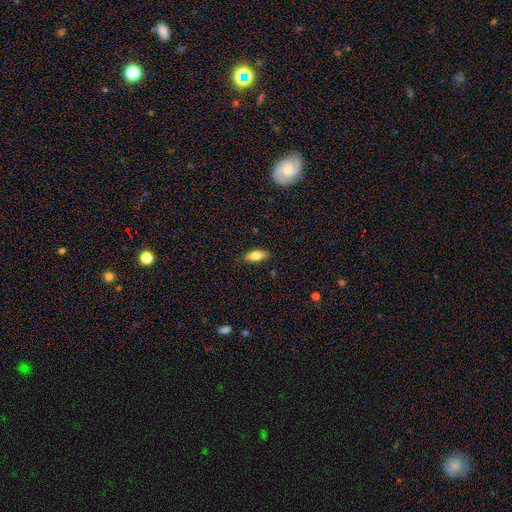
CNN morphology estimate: The model was most divided on "smooth or featured": smooth: 79%, featured or disk: 14%, star or artifact: 7%. More confident: merging — none (86%); how rounded — in between (83%).